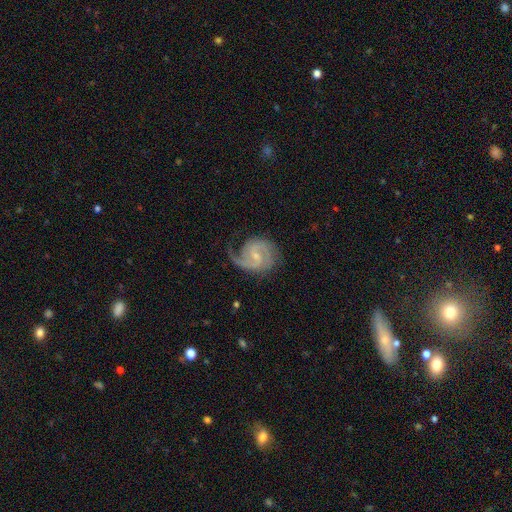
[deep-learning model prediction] Morphology: type=featured or disk (89%); edge-on=no (98%); bar=weak (56%); spiral arms=yes (98%); winding=medium (52%); arm count=2 (74%); bulge=small (64%); merging=none (65%).